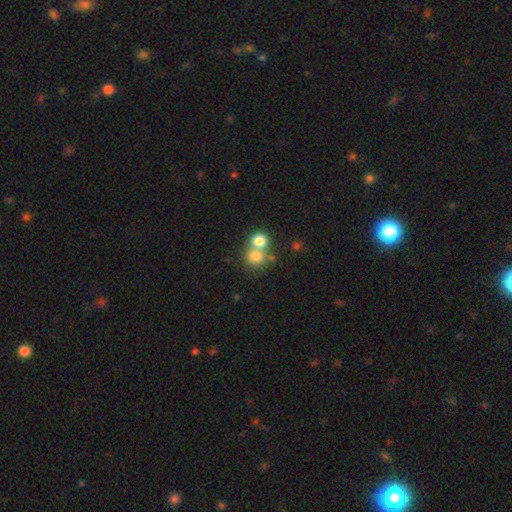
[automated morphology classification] type=smooth (77%); roundness=round (84%); merging=merger (49%).